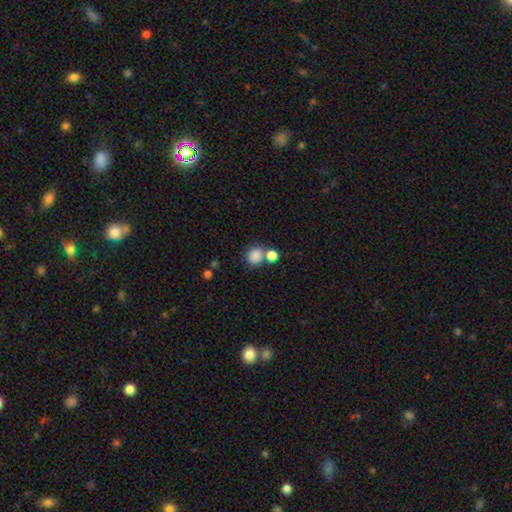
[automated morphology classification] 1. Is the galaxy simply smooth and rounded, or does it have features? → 84% smooth, 10% star or artifact, 6% featured or disk.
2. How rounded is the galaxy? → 84% round, 15% in between, 1% cigar-shaped.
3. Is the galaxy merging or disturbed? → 56% none, 31% merger, 9% minor disturbance, 4% major disturbance.